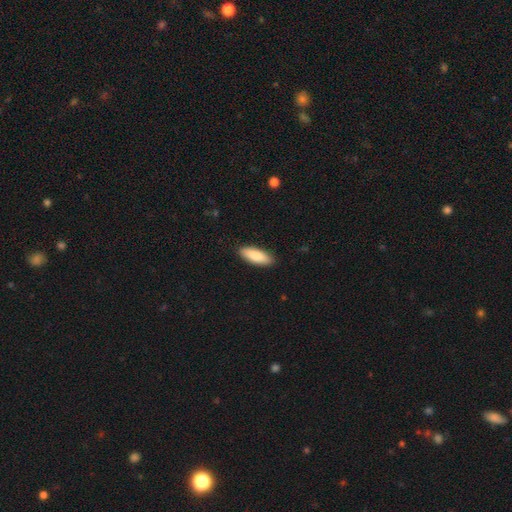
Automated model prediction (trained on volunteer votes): Smooth or featured? smooth (87%)
How rounded? in between (73%)
Merging? none (90%)